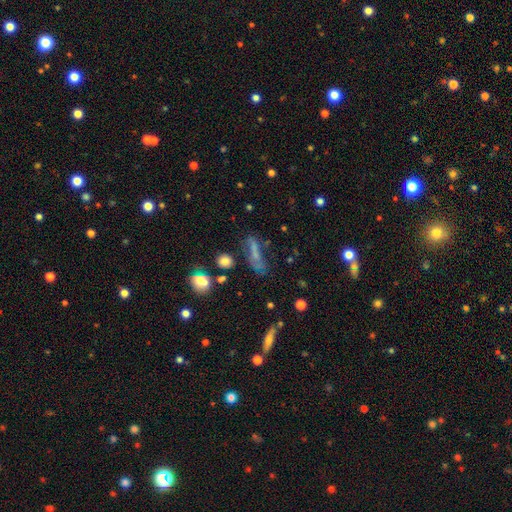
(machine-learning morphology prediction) A smooth galaxy with no disk features (50%) that is cigar-shaped (50%).

Vote fractions:
- Smooth or featured? smooth: 50% / featured or disk: 30% / star or artifact: 20%
- How rounded? cigar-shaped: 50% / in between: 42% / round: 8%
- Merging? none: 40% / major disturbance: 25% / minor disturbance: 24% / merger: 11%